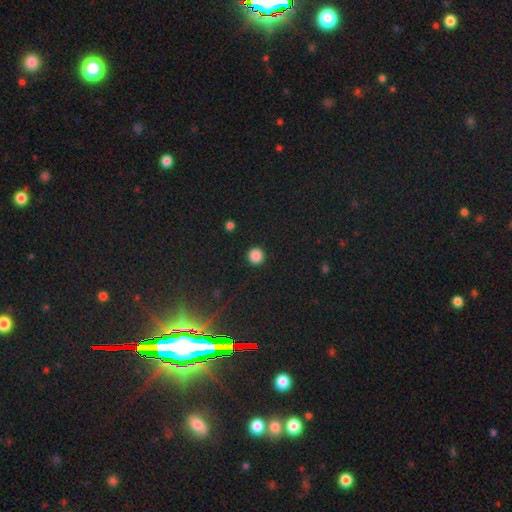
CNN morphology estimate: Smooth or featured? Predicted: smooth (p=0.86). How rounded? Predicted: round (p=0.96). Merging? Predicted: none (p=0.93).